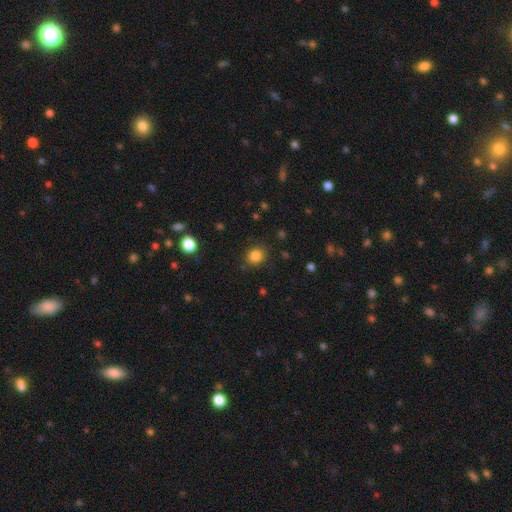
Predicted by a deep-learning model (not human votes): A smooth galaxy with no disk features (84%) that is round (80%).

Vote fractions:
- Smooth or featured? smooth: 84% / star or artifact: 12% / featured or disk: 4%
- How rounded? round: 80% / in between: 19% / cigar-shaped: 1%
- Merging? none: 86% / minor disturbance: 9% / major disturbance: 3% / merger: 1%